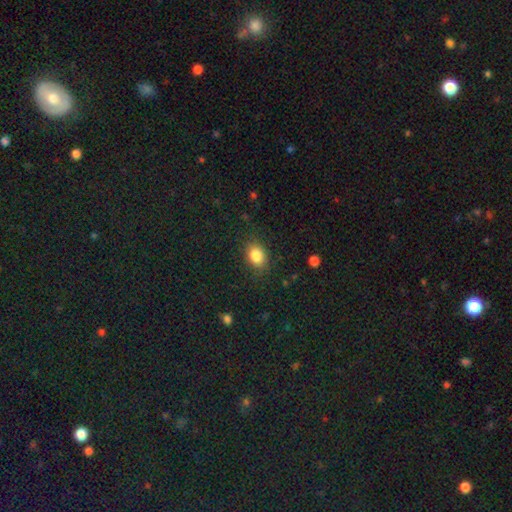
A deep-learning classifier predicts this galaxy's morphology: type=smooth (85%); roundness=in between (63%); merging=none (83%).